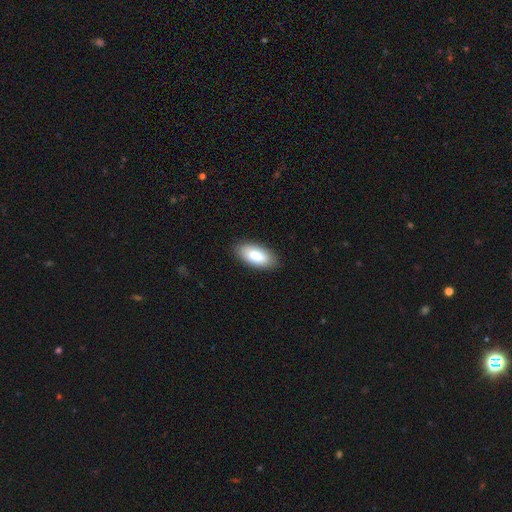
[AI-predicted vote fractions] The model was most divided on "smooth or featured": smooth: 83%, featured or disk: 11%, star or artifact: 6%. More confident: how rounded — in between (90%); merging — none (88%).